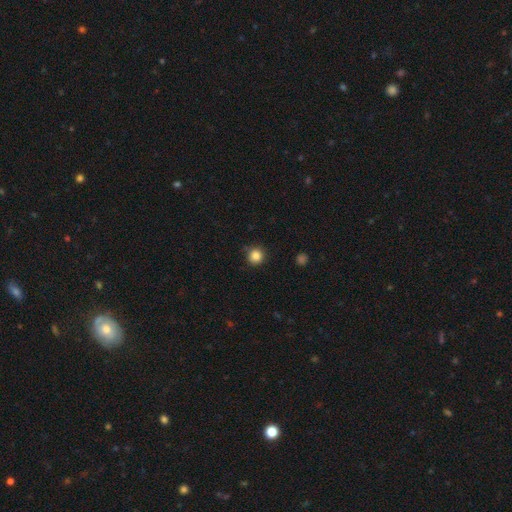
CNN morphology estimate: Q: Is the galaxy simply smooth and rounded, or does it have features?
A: smooth — 84%.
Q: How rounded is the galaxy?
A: round — 94%.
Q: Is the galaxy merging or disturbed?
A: none — 85%.